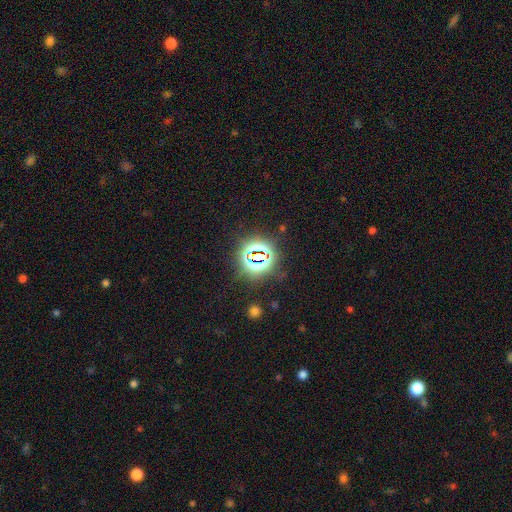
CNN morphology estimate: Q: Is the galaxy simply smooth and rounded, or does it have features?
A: star or artifact — 78%.